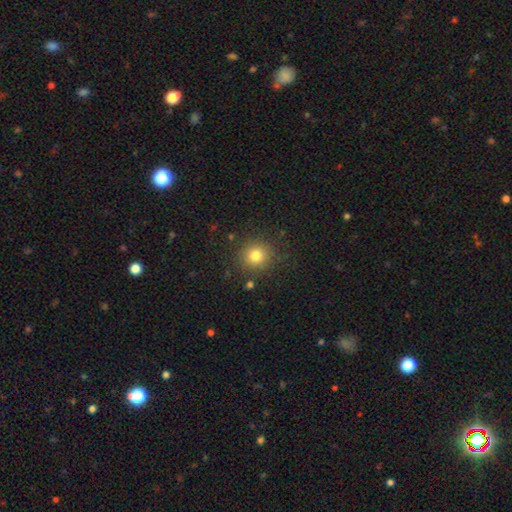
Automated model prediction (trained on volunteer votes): Morphology: type=smooth (80%); roundness=round (91%); merging=none (86%).